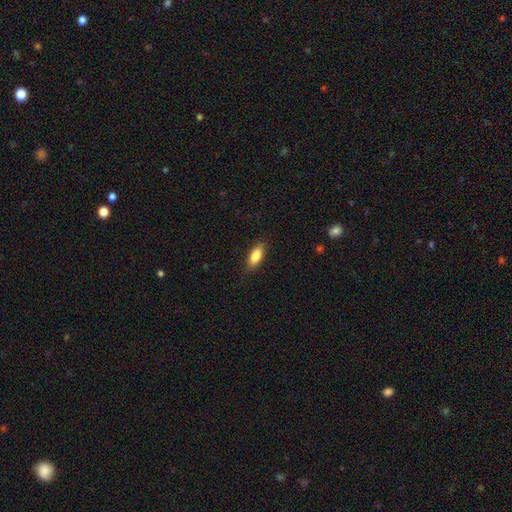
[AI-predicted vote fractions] Smooth or featured?
  - smooth: 83% *
  - featured or disk: 10%
  - star or artifact: 7%
How rounded?
  - in between: 79% *
  - cigar-shaped: 19%
  - round: 2%
Merging?
  - none: 86% *
  - minor disturbance: 11%
  - major disturbance: 2%
  - merger: 1%